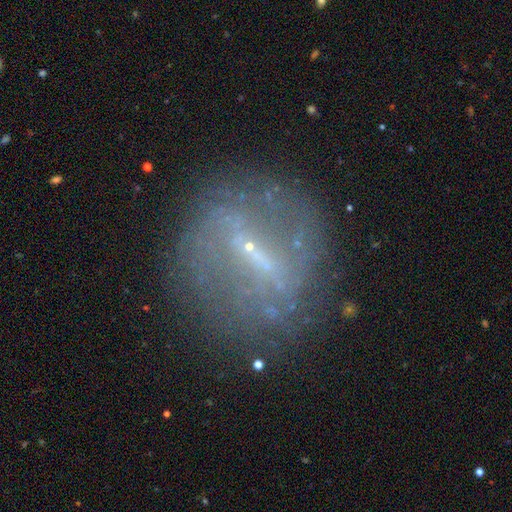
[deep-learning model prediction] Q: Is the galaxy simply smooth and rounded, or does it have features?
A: featured or disk — 71%.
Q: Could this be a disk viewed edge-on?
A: no — 83%.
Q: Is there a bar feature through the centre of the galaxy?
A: strong — 52%.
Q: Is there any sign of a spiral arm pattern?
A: no — 59%.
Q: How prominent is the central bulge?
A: small — 77%.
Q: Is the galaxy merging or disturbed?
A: none — 75%.